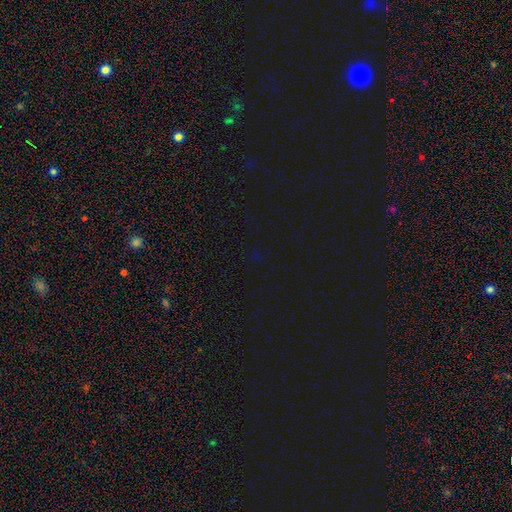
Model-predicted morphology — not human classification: A star or artifact, not a galaxy (74%).

Vote fractions:
- Smooth or featured? star or artifact: 74% / smooth: 20% / featured or disk: 6%